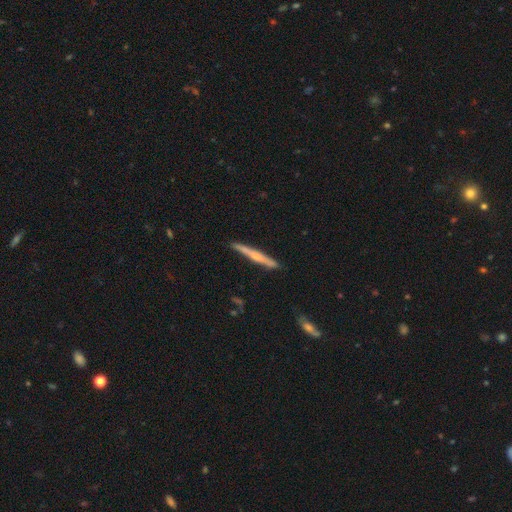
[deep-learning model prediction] smooth_or_featured: featured or disk (p=0.55) [alt: smooth p=0.40]
disk_edge_on: yes (p=0.97) [alt: no p=0.03]
edge_on_bulge: rounded (p=0.49) [alt: none p=0.37]
merging: none (p=0.86) [alt: minor disturbance p=0.10]